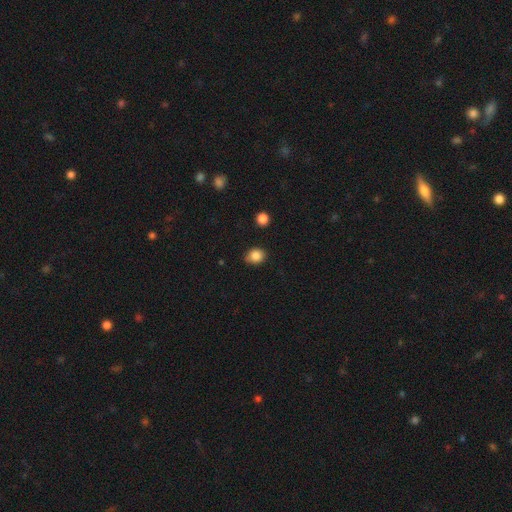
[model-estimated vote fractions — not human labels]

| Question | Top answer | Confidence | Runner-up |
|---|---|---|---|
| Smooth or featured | smooth | 86% | star or artifact (9%) |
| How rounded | round | 53% | in between (46%) |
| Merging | none | 81% | minor disturbance (15%) |